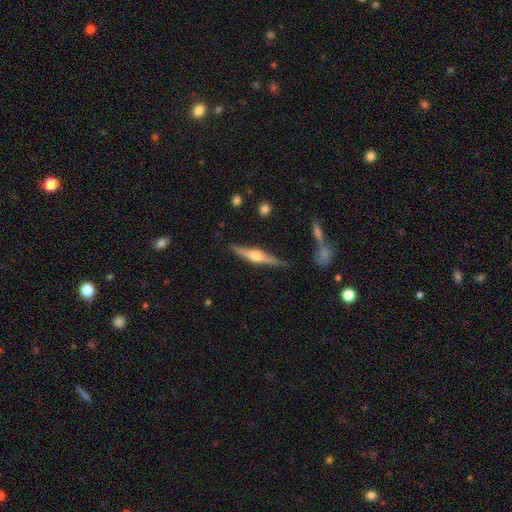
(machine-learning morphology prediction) The model was most divided on "smooth or featured": featured or disk: 76%, smooth: 19%, star or artifact: 5%. More confident: edge-on disk — yes (98%); edge-on bulge — rounded (93%); merging — none (86%).